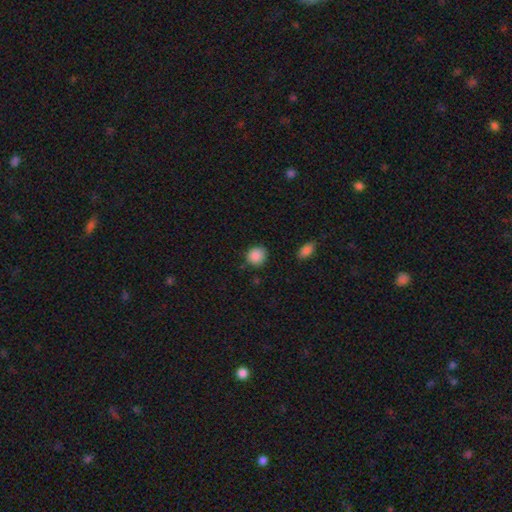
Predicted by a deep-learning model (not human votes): Smooth or featured?
  - smooth: 88% *
  - star or artifact: 8%
  - featured or disk: 3%
How rounded?
  - round: 87% *
  - in between: 12%
  - cigar-shaped: 1%
Merging?
  - none: 84% *
  - minor disturbance: 10%
  - major disturbance: 3%
  - merger: 2%